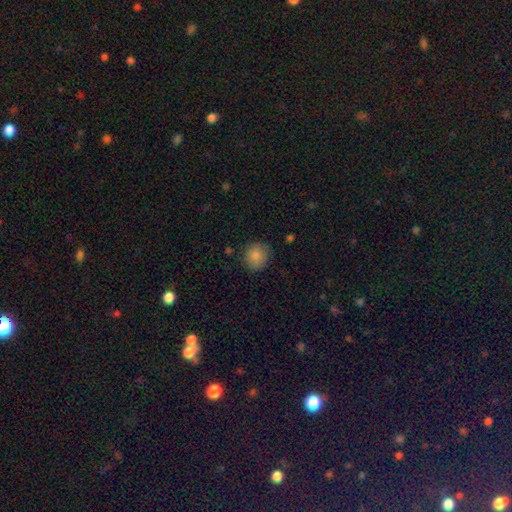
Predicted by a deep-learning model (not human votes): smooth-or-featured: smooth: 85% | star or artifact: 9% | featured or disk: 7%
  how-rounded: round: 83% | in between: 16% | cigar-shaped: 1%
  merging: none: 82% | minor disturbance: 13% | major disturbance: 3% | merger: 1%